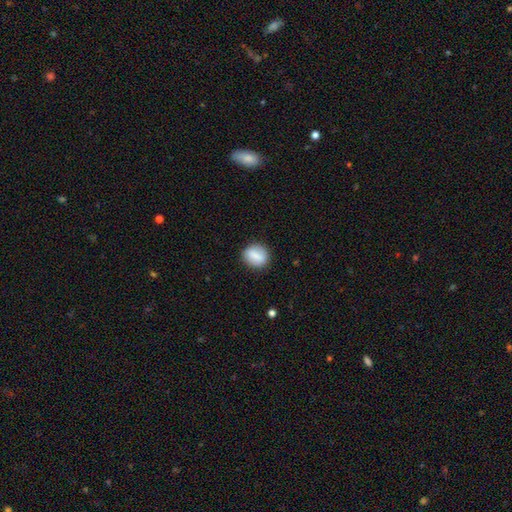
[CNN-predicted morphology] Smooth or featured: smooth — 79% (featured or disk — 14%)
How rounded: round — 57% (in between — 41%)
Merging: none — 85% (minor disturbance — 11%)